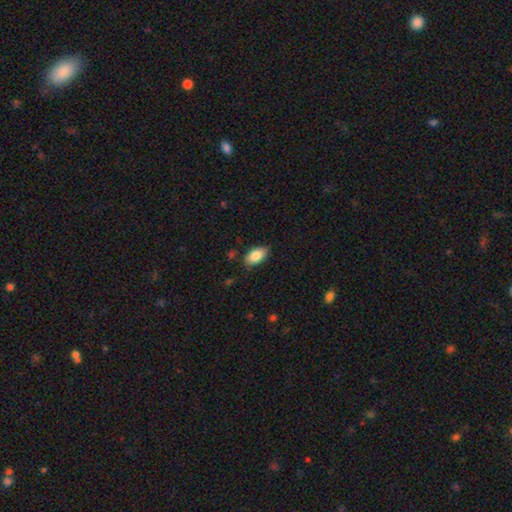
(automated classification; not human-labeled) A smooth galaxy with no disk features (84%) that is in between round and cigar-shaped (93%). Merging: none (83%).